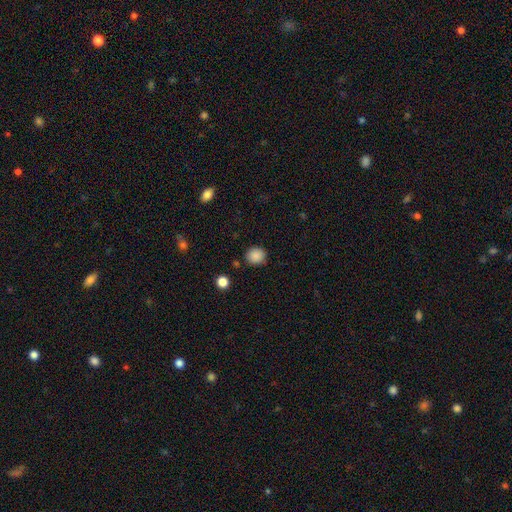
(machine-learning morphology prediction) This is clearly a smooth galaxy (87%). How rounded: clearly round (83%). Merging: clearly none (85%).